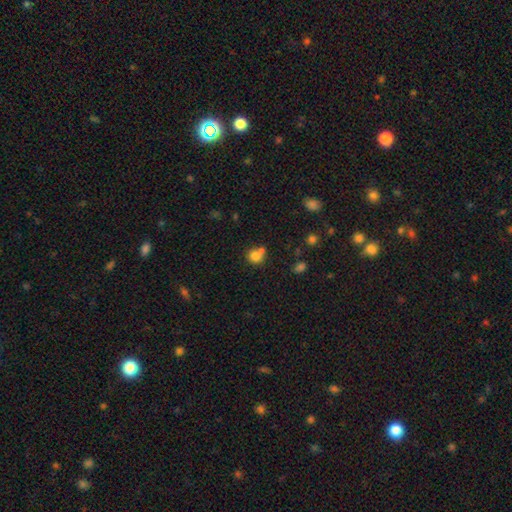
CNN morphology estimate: A smooth galaxy with no disk features (79%) that is round (86%).

Vote fractions:
- Smooth or featured? smooth: 79% / star or artifact: 12% / featured or disk: 9%
- How rounded? round: 86% / in between: 13% / cigar-shaped: 1%
- Merging? none: 52% / merger: 36% / minor disturbance: 9% / major disturbance: 3%